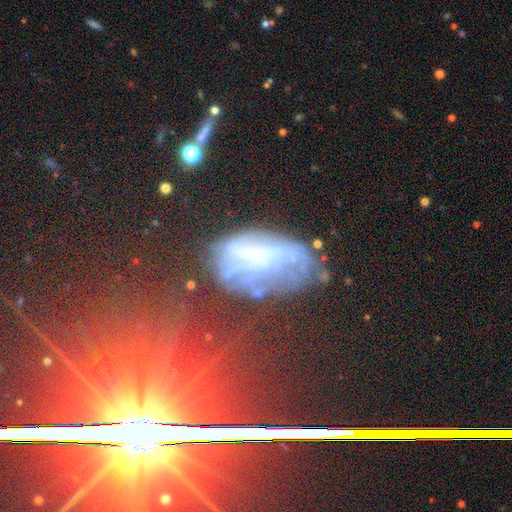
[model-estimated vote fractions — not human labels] Morphology: type=featured or disk (54%); edge-on=no (92%); bar=no (69%); spiral arms=no (66%); bulge=none (67%); merging=none (37%).